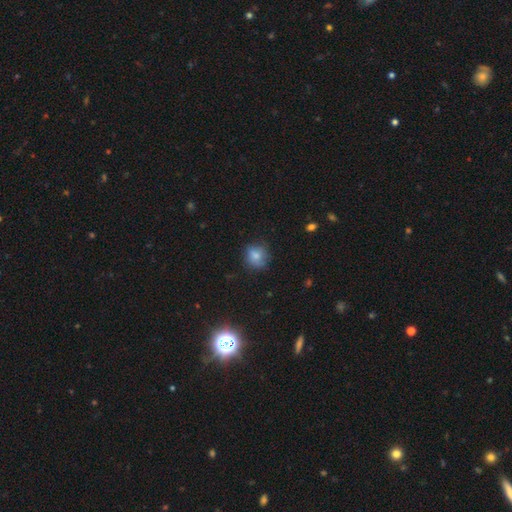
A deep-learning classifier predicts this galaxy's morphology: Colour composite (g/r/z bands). It shows a smooth galaxy with no disk features (78%) that is round (76%). Merging: none (71%).